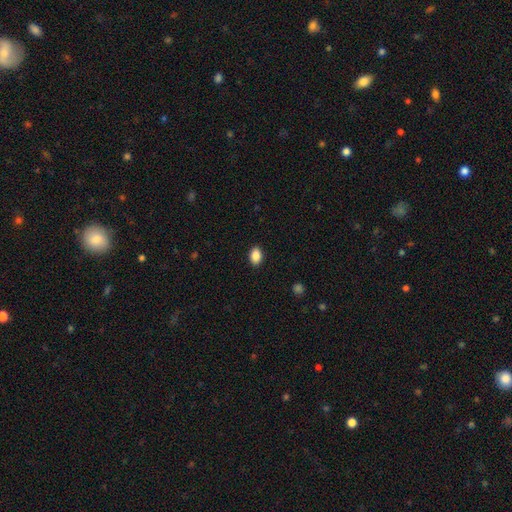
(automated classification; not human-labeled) A smooth galaxy with no disk features (88%) that is in between round and cigar-shaped (85%).

Vote fractions:
- Smooth or featured? smooth: 88% / star or artifact: 8% / featured or disk: 4%
- How rounded? in between: 85% / round: 14% / cigar-shaped: 1%
- Merging? none: 90% / minor disturbance: 7% / major disturbance: 2% / merger: 1%